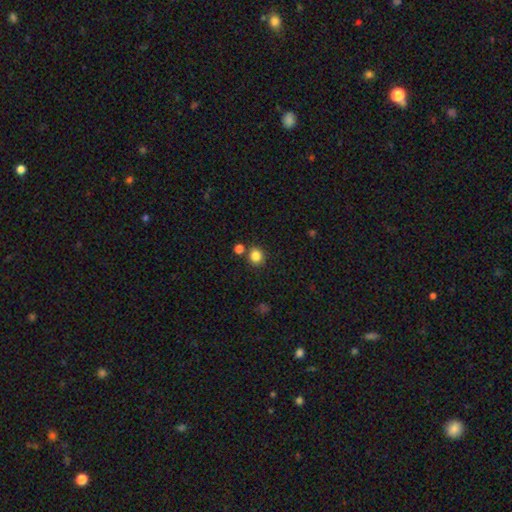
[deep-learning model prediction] Smooth or featured?
  - smooth: 84% *
  - star or artifact: 11%
  - featured or disk: 5%
How rounded?
  - round: 85% *
  - in between: 14%
  - cigar-shaped: 1%
Merging?
  - none: 78% *
  - merger: 10%
  - minor disturbance: 9%
  - major disturbance: 3%